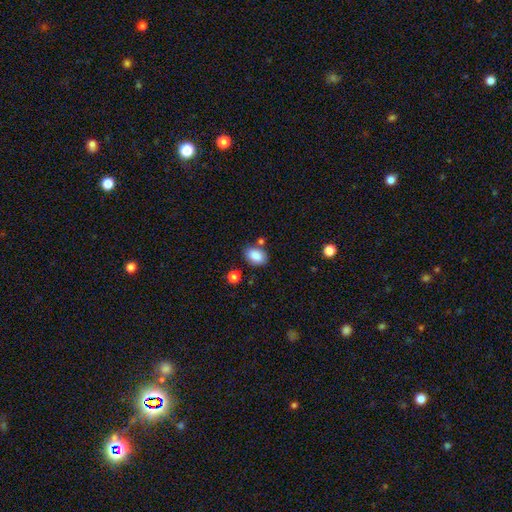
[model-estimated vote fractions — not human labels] smooth-or-featured: smooth: 87% | star or artifact: 8% | featured or disk: 5%
  how-rounded: in between: 78% | round: 21% | cigar-shaped: 1%
  merging: none: 75% | minor disturbance: 14% | merger: 7% | major disturbance: 3%